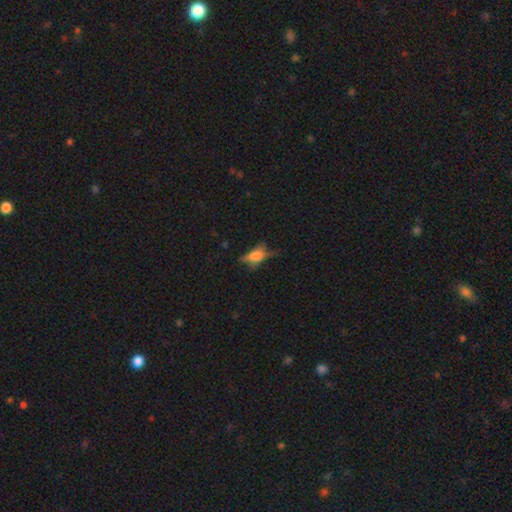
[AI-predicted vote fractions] Morphology: type=smooth (47%); merging=none (48%).